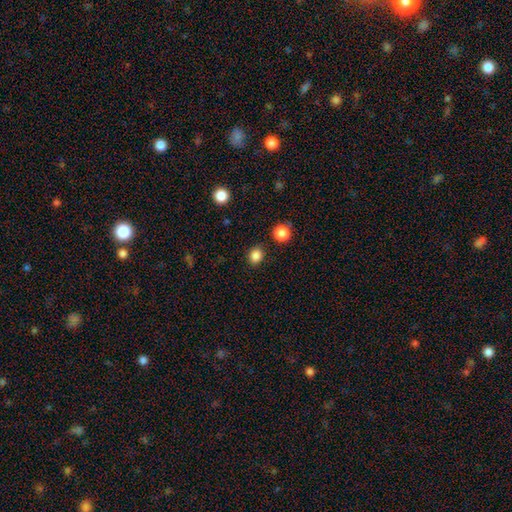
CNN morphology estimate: Smooth or featured?
  - smooth: 85% *
  - star or artifact: 12%
  - featured or disk: 3%
How rounded?
  - round: 65% *
  - in between: 34%
  - cigar-shaped: 1%
Merging?
  - none: 86% *
  - minor disturbance: 8%
  - merger: 3%
  - major disturbance: 3%